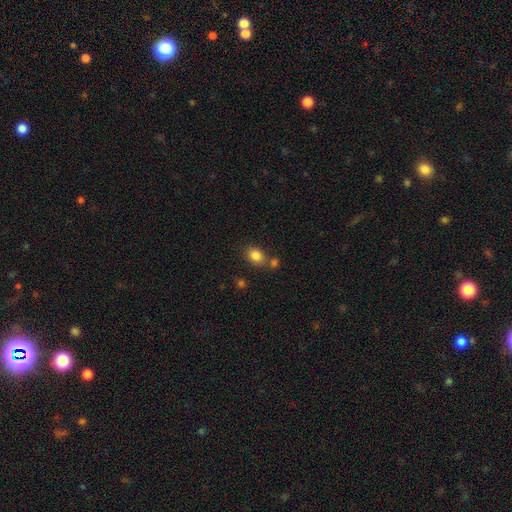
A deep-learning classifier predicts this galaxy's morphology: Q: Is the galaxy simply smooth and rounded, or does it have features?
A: smooth — 84%.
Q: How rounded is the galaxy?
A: in between — 52%.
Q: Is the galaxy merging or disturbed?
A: none — 65%.